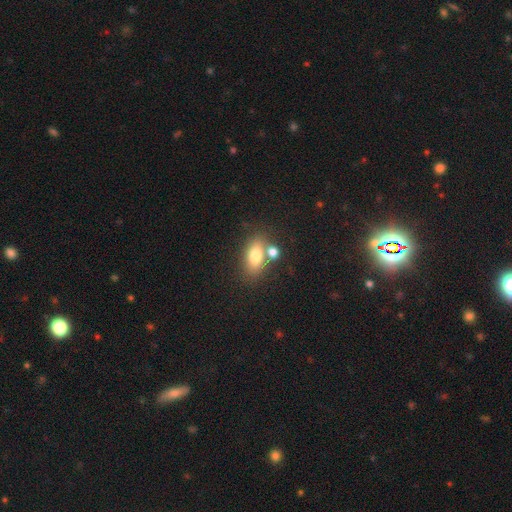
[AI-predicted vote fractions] Q: Smooth or featured?
A: smooth (76%); runner-up: featured or disk (14%)
Q: How rounded?
A: in between (83%); runner-up: round (13%)
Q: Merging?
A: none (55%); runner-up: merger (28%)